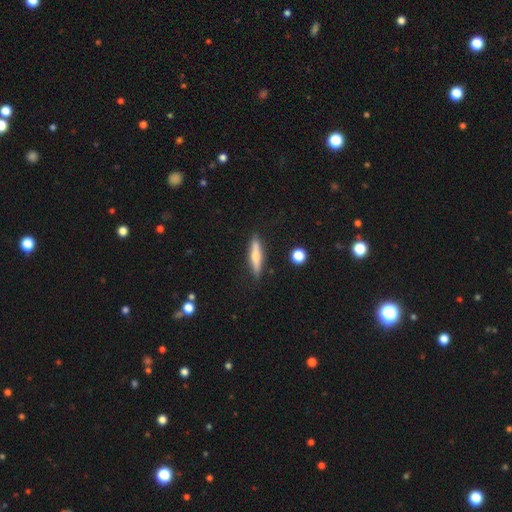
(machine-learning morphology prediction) Smooth or featured? smooth (56%)
How rounded? cigar-shaped (84%)
Merging? none (87%)